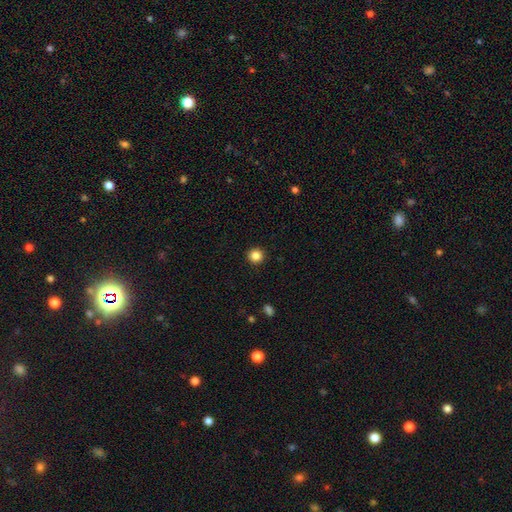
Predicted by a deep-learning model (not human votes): A smooth galaxy with no disk features (85%) that is round (94%). Merging: none (93%).